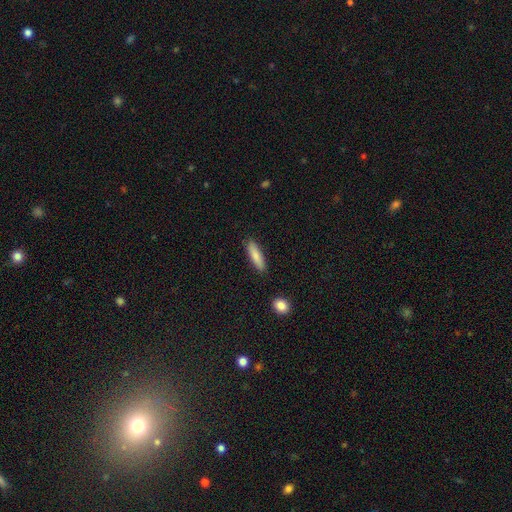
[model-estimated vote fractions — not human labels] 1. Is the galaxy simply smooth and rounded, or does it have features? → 82% smooth, 12% featured or disk, 6% star or artifact.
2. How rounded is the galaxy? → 70% cigar-shaped, 28% in between, 2% round.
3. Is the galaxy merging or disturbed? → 87% none, 9% minor disturbance, 2% merger, 2% major disturbance.